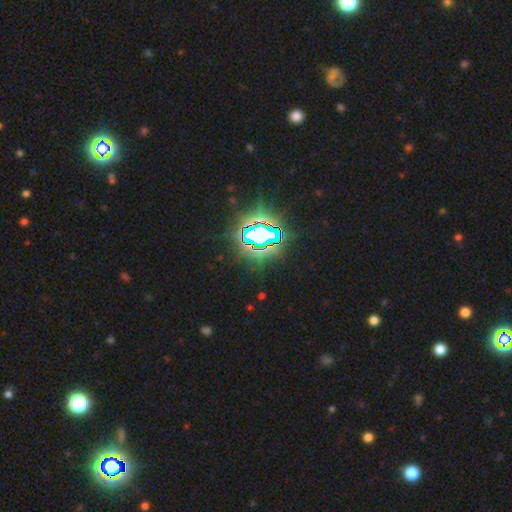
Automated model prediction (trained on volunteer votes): This appears to be a star or artifact, not a galaxy (82%).